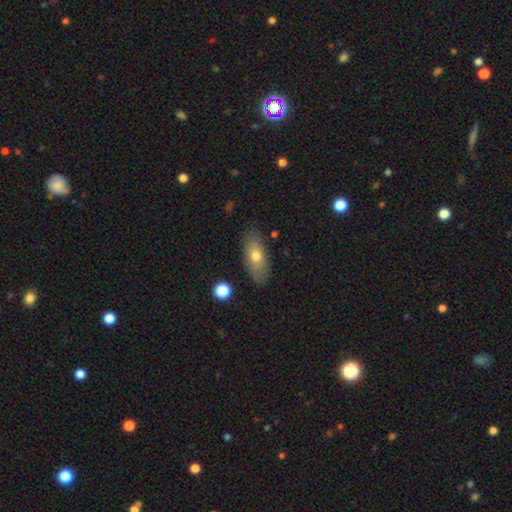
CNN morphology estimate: Smooth or featured: smooth — 63% (featured or disk — 29%)
How rounded: in between — 80% (cigar-shaped — 15%)
Merging: none — 84% (minor disturbance — 12%)